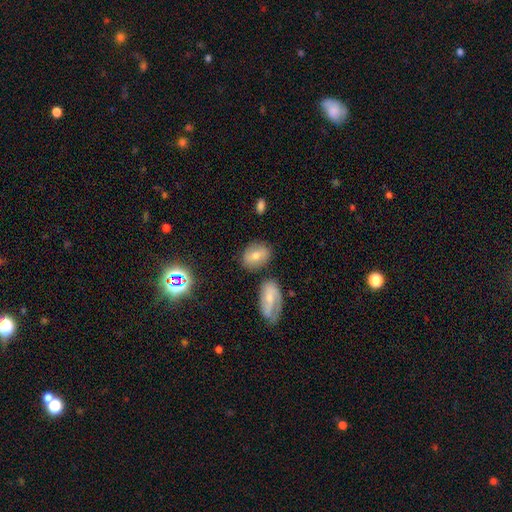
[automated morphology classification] This is likely a smooth galaxy (67%). How rounded: likely in between (66%). Merging: likely none (76%).